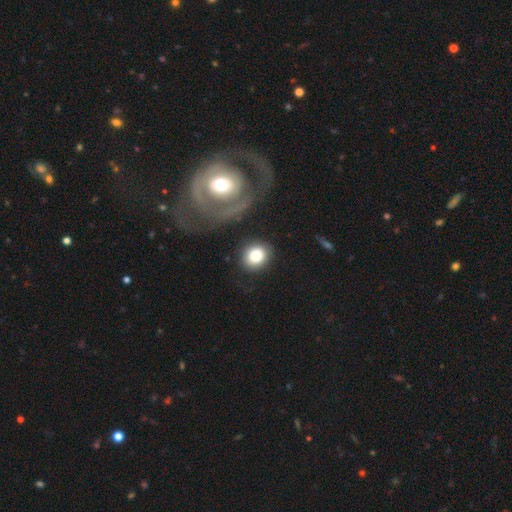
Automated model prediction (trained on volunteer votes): This appears to be a smooth galaxy with no disk features (83%) that is round (71%). Merging: none (79%).